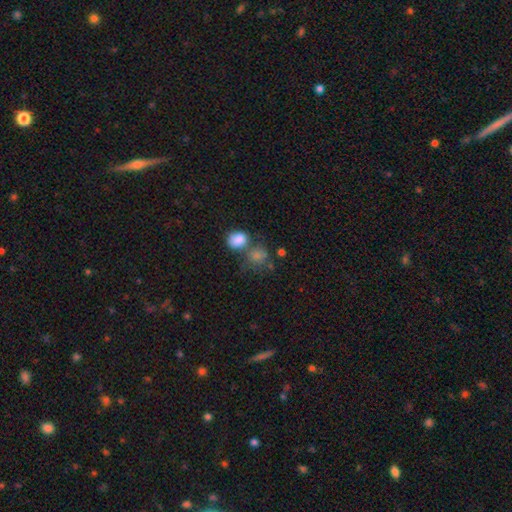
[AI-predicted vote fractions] Smooth or featured? Predicted: smooth (p=0.73). How rounded? Predicted: round (p=0.66). Merging? Predicted: none (p=0.50).